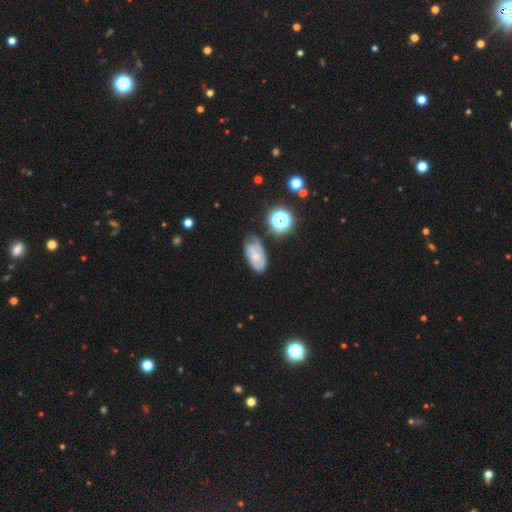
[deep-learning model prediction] Smooth or featured? Predicted: smooth (p=0.46). Merging? Predicted: none (p=0.49).